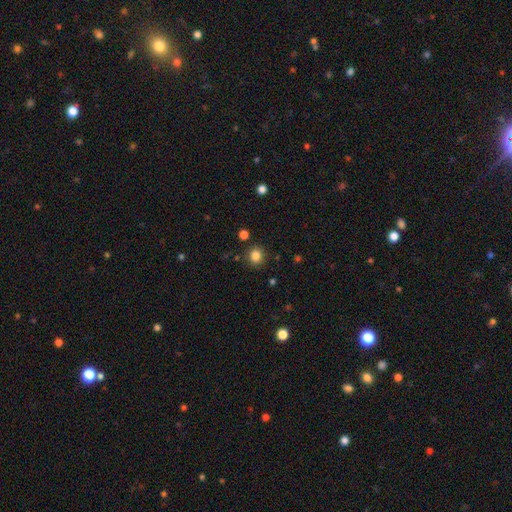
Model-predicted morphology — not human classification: Smooth or featured? Predicted: smooth (p=0.83). How rounded? Predicted: round (p=0.84). Merging? Predicted: none (p=0.88).